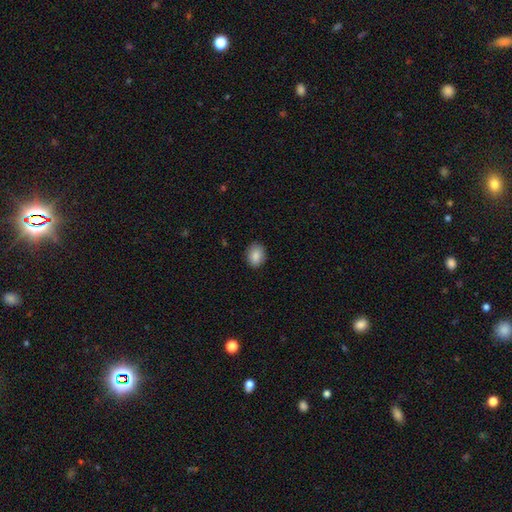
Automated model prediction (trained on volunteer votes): A smooth galaxy with no disk features (87%) that is in between round and cigar-shaped (58%).

Vote fractions:
- Smooth or featured? smooth: 87% / star or artifact: 8% / featured or disk: 5%
- How rounded? in between: 58% / round: 41% / cigar-shaped: 1%
- Merging? none: 87% / minor disturbance: 10% / major disturbance: 2% / merger: 1%